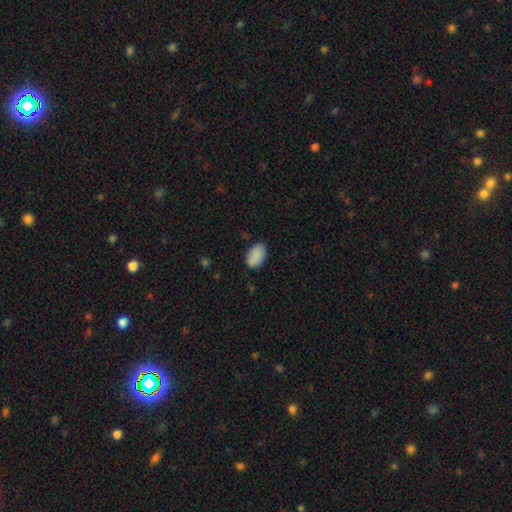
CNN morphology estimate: This appears to be a smooth galaxy with no disk features (89%) that is in between round and cigar-shaped (92%). Merging: none (80%).